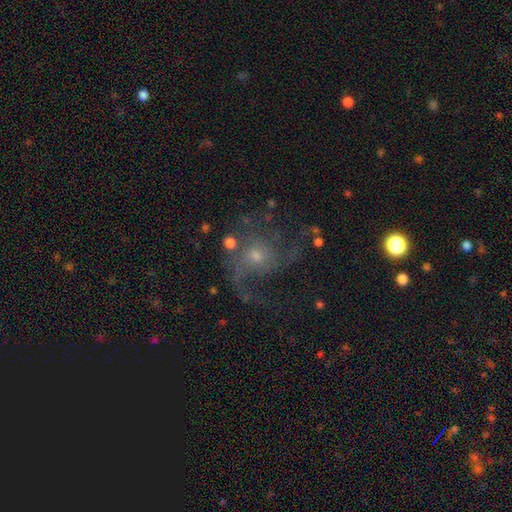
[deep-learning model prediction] Morphology: type=featured or disk (74%); edge-on=no (98%); bar=no (72%); spiral arms=yes (87%); winding=loose (51%); arm count=2 (44%); bulge=small (59%); merging=none (52%).